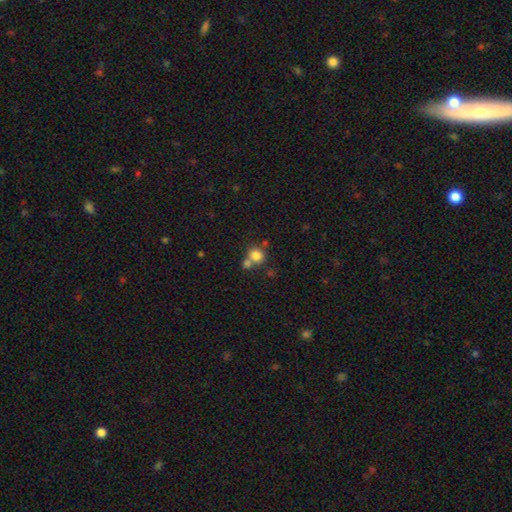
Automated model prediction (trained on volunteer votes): The model was most divided on "merging": none: 50%, merger: 38%, minor disturbance: 8%, major disturbance: 3%. More confident: how rounded — round (85%); smooth or featured — smooth (80%).